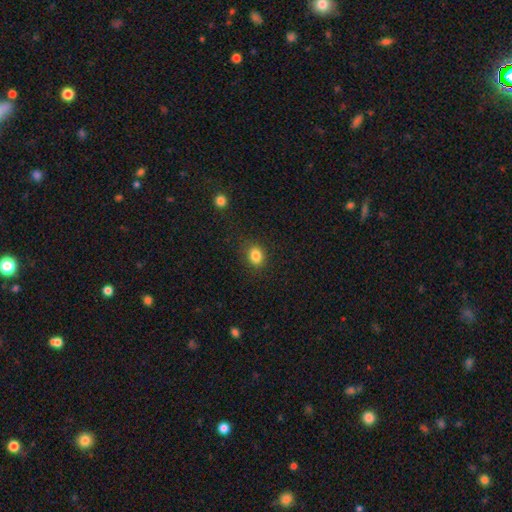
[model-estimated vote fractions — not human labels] Overall: smooth (85%). How rounded: round (50%; in between 49%). Merging: none (85%).